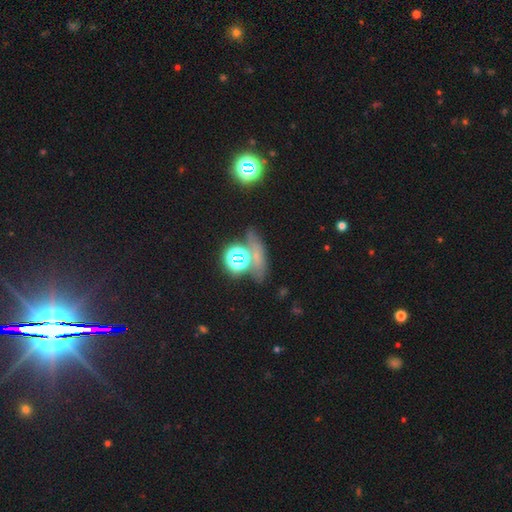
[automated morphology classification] Smooth or featured? star or artifact (52%)